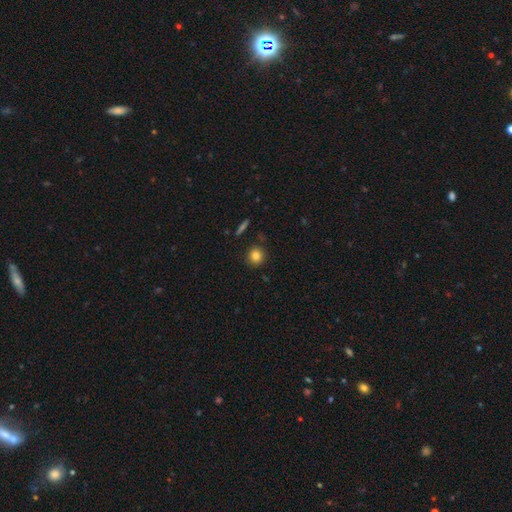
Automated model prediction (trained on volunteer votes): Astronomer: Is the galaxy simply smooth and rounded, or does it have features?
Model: smooth — 82%.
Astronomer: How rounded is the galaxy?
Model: round — 90%.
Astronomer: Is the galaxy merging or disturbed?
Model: none — 89%.